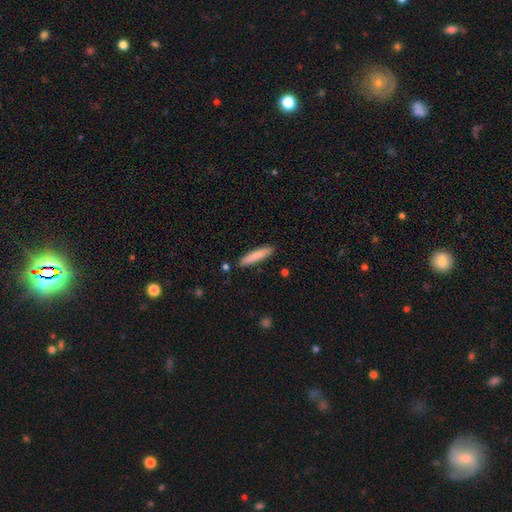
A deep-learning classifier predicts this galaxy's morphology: Overall: smooth (82%). How rounded: cigar-shaped (87%). Merging: none (88%).